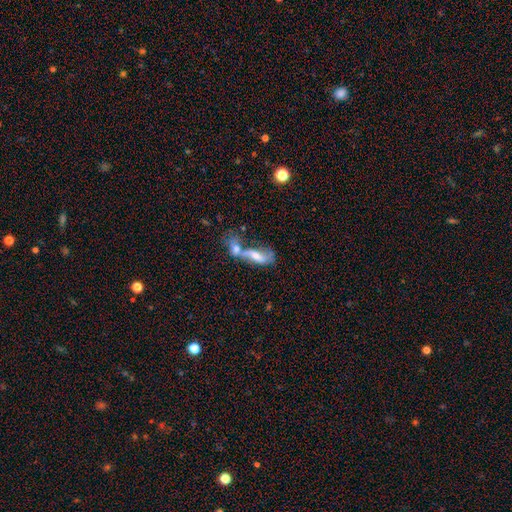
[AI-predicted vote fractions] This appears to be a featured or disk galaxy (47%). Merging: merger (65%).